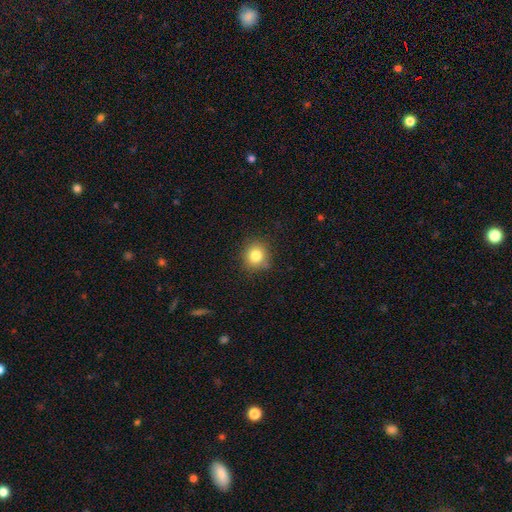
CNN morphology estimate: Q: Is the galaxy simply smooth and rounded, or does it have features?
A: smooth — 81%.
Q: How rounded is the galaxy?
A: round — 88%.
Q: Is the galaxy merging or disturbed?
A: none — 84%.